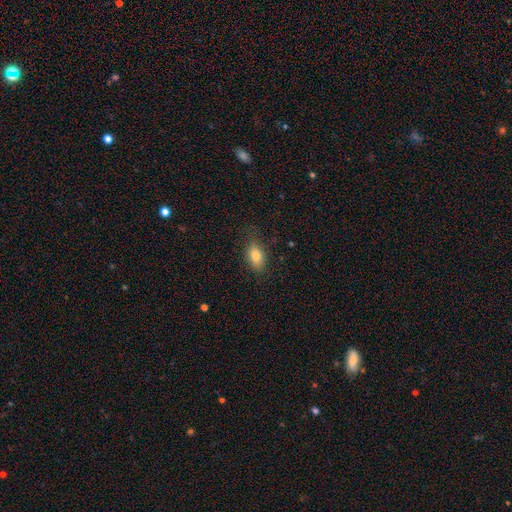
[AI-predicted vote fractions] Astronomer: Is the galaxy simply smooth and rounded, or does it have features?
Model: smooth — 82%.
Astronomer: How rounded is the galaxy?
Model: in between — 87%.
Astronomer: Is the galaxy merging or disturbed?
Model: none — 78%.